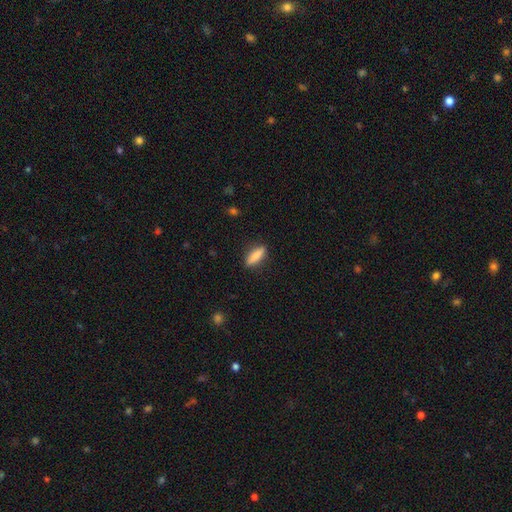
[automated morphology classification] type=smooth (81%); roundness=cigar-shaped (56%); merging=none (88%).